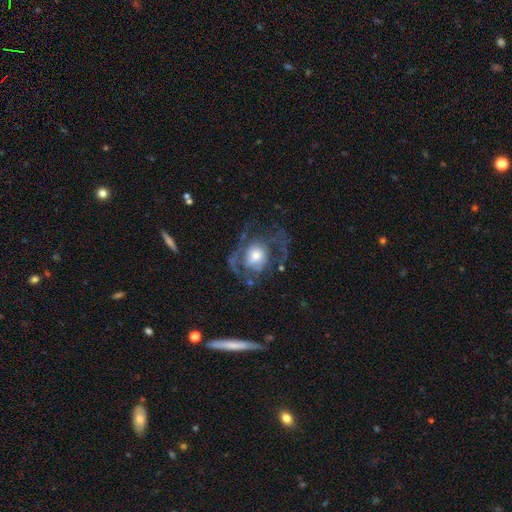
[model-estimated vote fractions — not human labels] Morphology: type=featured or disk (73%); edge-on=no (96%); bar=no (73%); spiral arms=yes (74%); winding=medium (46%); arm count=2 (51%); bulge=moderate (46%); merging=none (49%).